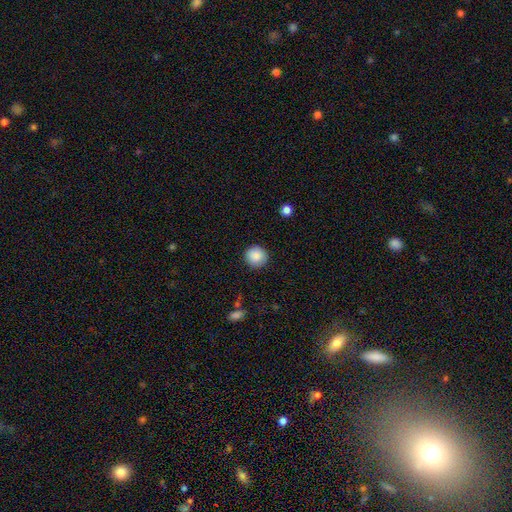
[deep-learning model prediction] Smooth or featured?
  - smooth: 88% *
  - star or artifact: 8%
  - featured or disk: 4%
How rounded?
  - round: 94% *
  - in between: 5%
  - cigar-shaped: 1%
Merging?
  - none: 90% *
  - minor disturbance: 7%
  - major disturbance: 2%
  - merger: 1%